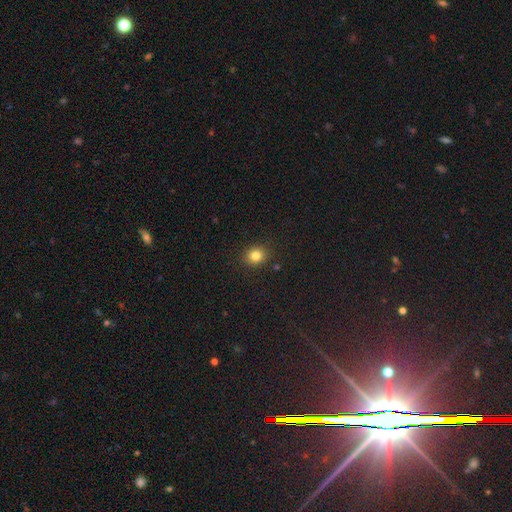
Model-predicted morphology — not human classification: Smooth or featured: smooth — 82% (star or artifact — 12%)
How rounded: round — 73% (in between — 27%)
Merging: none — 89% (minor disturbance — 7%)